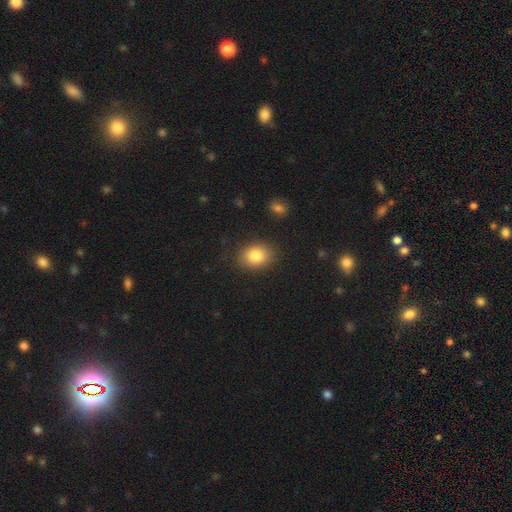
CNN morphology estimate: Smooth or featured?
  - smooth: 84% *
  - star or artifact: 9%
  - featured or disk: 7%
How rounded?
  - in between: 65% *
  - round: 34%
  - cigar-shaped: 1%
Merging?
  - none: 84% *
  - minor disturbance: 11%
  - major disturbance: 3%
  - merger: 2%